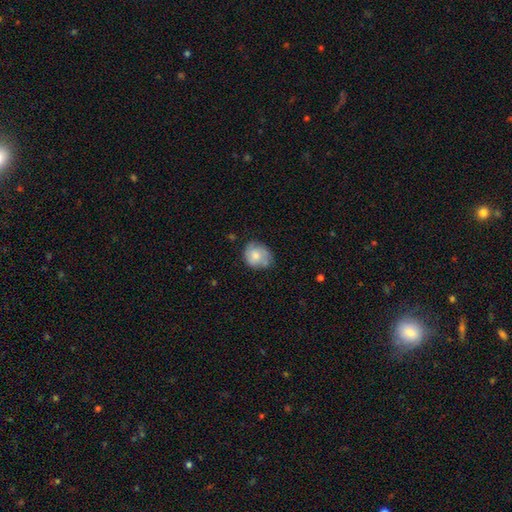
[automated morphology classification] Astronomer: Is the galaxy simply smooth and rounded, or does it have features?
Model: smooth — 67%.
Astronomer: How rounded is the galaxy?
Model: round — 67%.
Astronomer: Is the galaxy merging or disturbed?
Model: none — 60%.